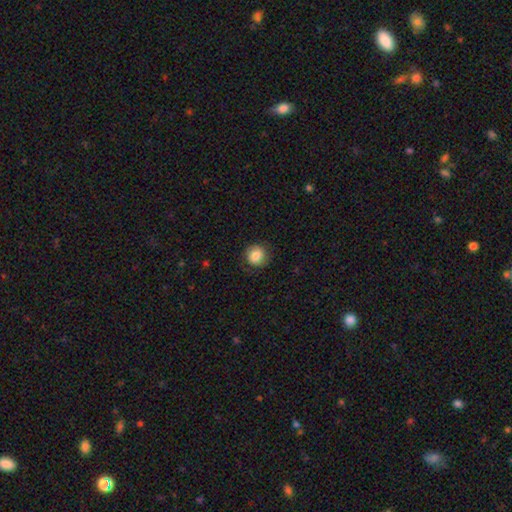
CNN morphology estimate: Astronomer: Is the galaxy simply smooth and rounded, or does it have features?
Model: smooth — 81%.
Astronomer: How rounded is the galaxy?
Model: round — 88%.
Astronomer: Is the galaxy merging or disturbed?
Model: none — 79%.